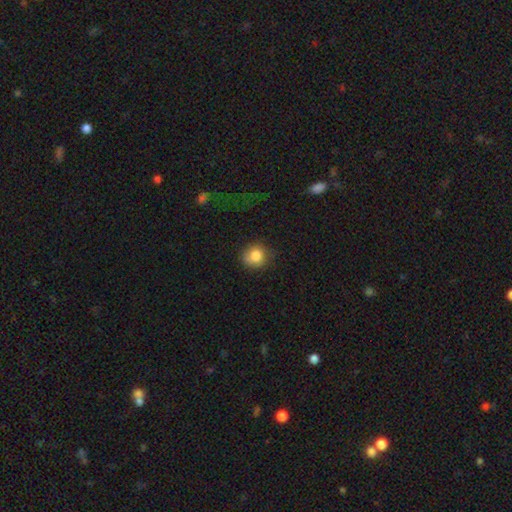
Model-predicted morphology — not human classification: type=smooth (83%); roundness=round (81%); merging=none (73%).